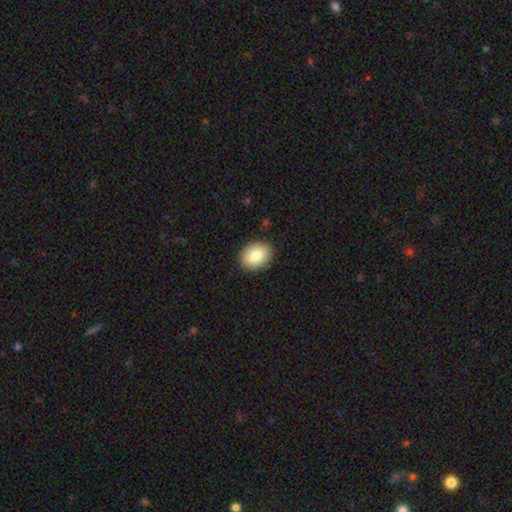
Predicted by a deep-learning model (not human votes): A smooth galaxy with no disk features (86%) that is in between round and cigar-shaped (72%).

Vote fractions:
- Smooth or featured? smooth: 86% / featured or disk: 7% / star or artifact: 7%
- How rounded? in between: 72% / round: 27% / cigar-shaped: 1%
- Merging? none: 89% / minor disturbance: 8% / major disturbance: 2% / merger: 1%